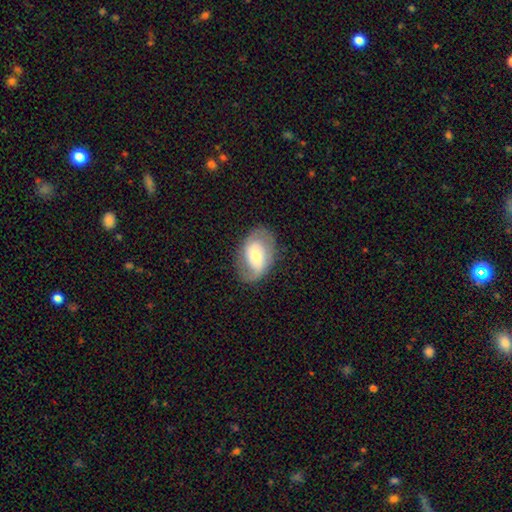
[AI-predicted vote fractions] Q: Smooth or featured?
A: featured or disk (58%); runner-up: smooth (35%)
Q: Edge-on disk?
A: no (95%); runner-up: yes (5%)
Q: Bar?
A: no (48%); runner-up: weak (34%)
Q: Spiral arms?
A: yes (76%); runner-up: no (24%)
Q: Bulge size?
A: moderate (43%); runner-up: small (42%)
Q: Merging?
A: none (75%); runner-up: minor disturbance (16%)